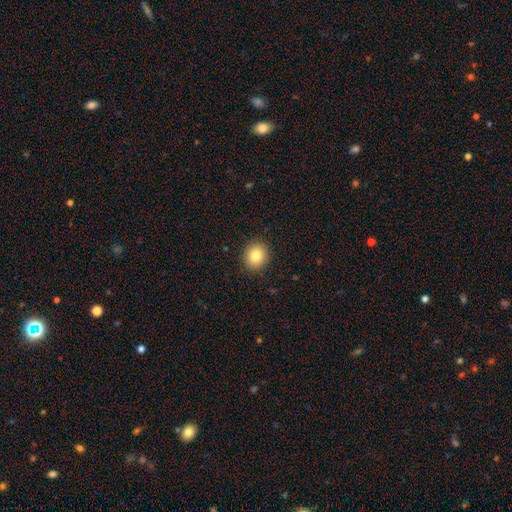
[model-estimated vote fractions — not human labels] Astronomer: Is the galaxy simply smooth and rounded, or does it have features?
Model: smooth — 82%.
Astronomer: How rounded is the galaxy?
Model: round — 76%.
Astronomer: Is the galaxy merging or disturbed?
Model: none — 91%.